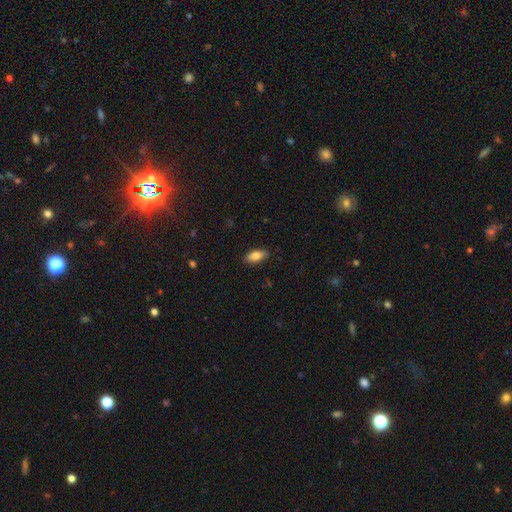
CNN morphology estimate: This appears to be a smooth galaxy with no disk features (80%) that is in between round and cigar-shaped (85%). Merging: none (88%).